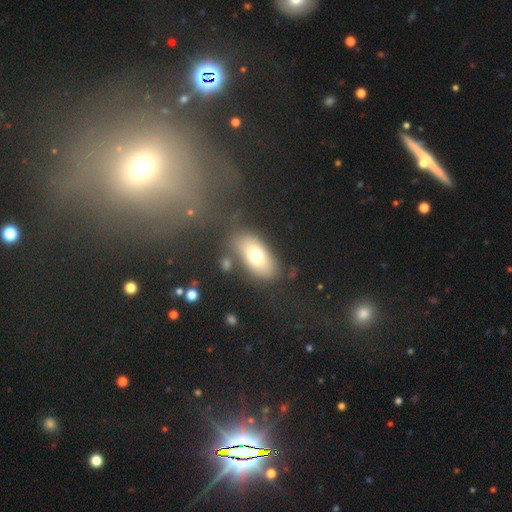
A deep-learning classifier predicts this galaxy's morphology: This is likely a smooth galaxy (73%). How rounded: clearly in between (90%). Merging: likely none (73%).